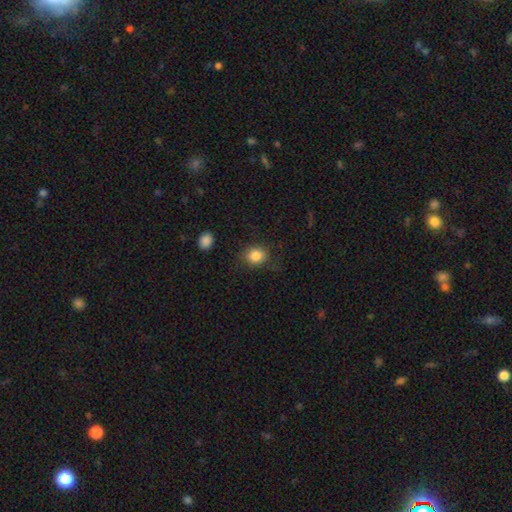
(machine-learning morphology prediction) Smooth or featured? smooth (85%)
How rounded? round (65%)
Merging? none (78%)